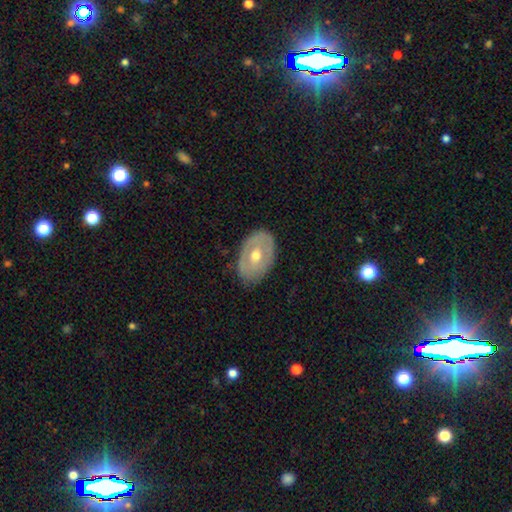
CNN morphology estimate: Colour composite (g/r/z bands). It shows a featured or disk galaxy (55%). Merging: none (78%).